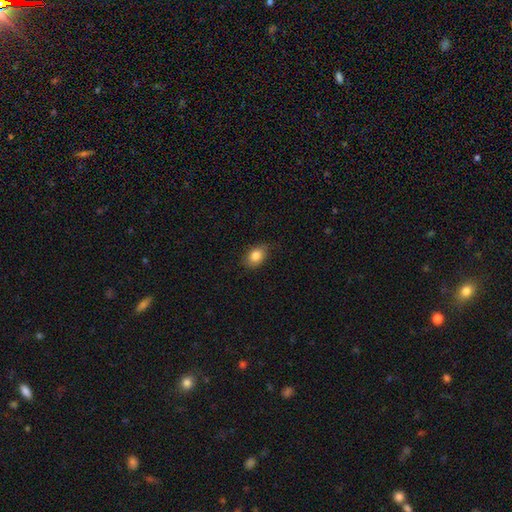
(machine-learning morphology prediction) This is clearly a smooth galaxy (84%). How rounded: likely in between (78%). Merging: likely none (78%).